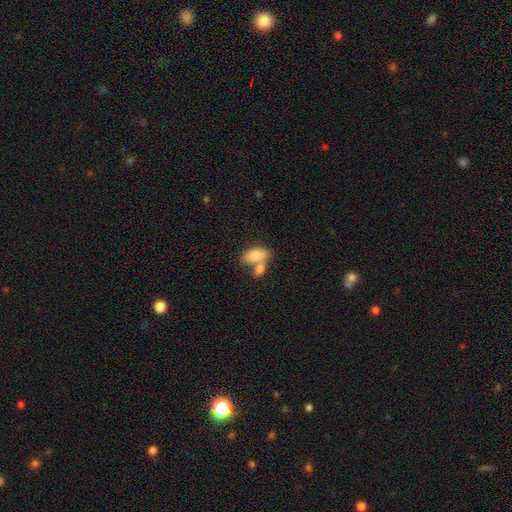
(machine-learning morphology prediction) Smooth or featured: smooth — 78% (featured or disk — 16%)
How rounded: in between — 89% (cigar-shaped — 6%)
Merging: merger — 48% (none — 36%)